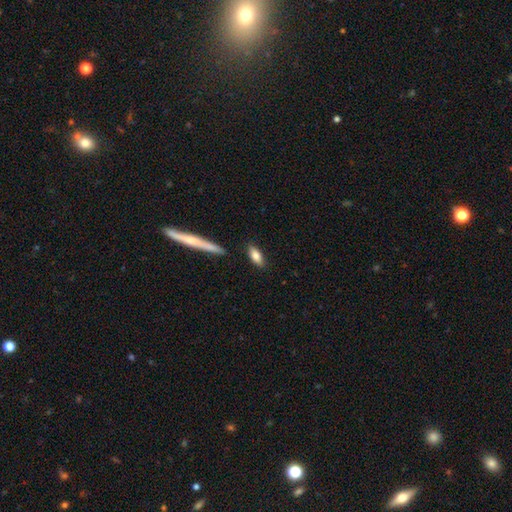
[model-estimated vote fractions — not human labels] Smooth or featured: smooth — 80% (featured or disk — 14%)
How rounded: in between — 77% (cigar-shaped — 21%)
Merging: none — 85% (minor disturbance — 10%)